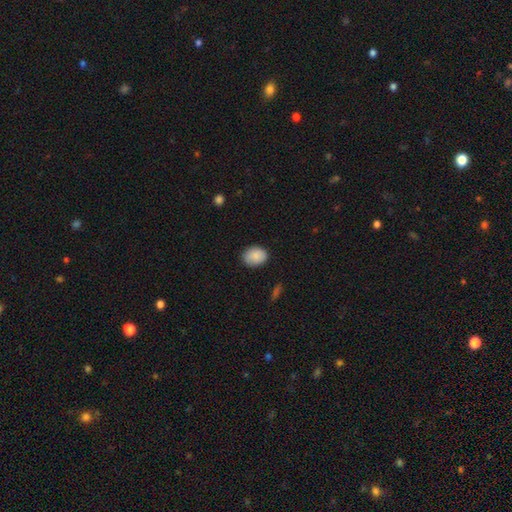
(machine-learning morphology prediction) Smooth or featured: smooth — 88% (star or artifact — 7%)
How rounded: in between — 64% (round — 35%)
Merging: none — 85% (minor disturbance — 12%)